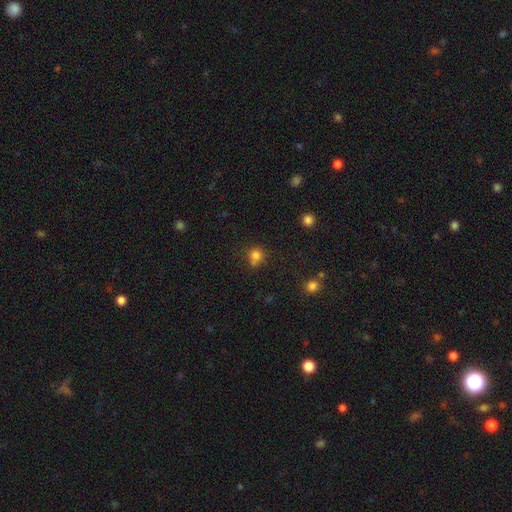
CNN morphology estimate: Smooth or featured?
  - smooth: 77% *
  - star or artifact: 14%
  - featured or disk: 8%
How rounded?
  - round: 84% *
  - in between: 15%
  - cigar-shaped: 1%
Merging?
  - none: 55% *
  - merger: 23%
  - minor disturbance: 17%
  - major disturbance: 6%